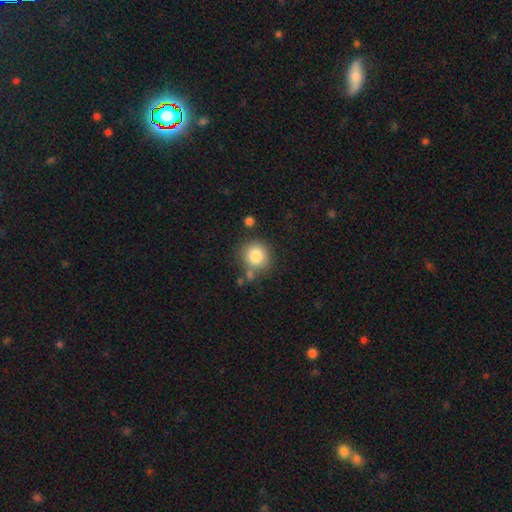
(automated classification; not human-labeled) Morphology: type=smooth (84%); roundness=round (88%); merging=none (74%).